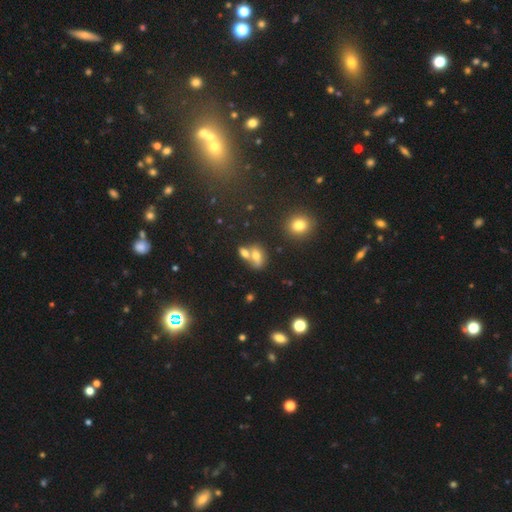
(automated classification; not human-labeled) Q: Smooth or featured?
A: smooth (66%); runner-up: featured or disk (20%)
Q: How rounded?
A: in between (71%); runner-up: round (25%)
Q: Merging?
A: merger (52%); runner-up: none (34%)